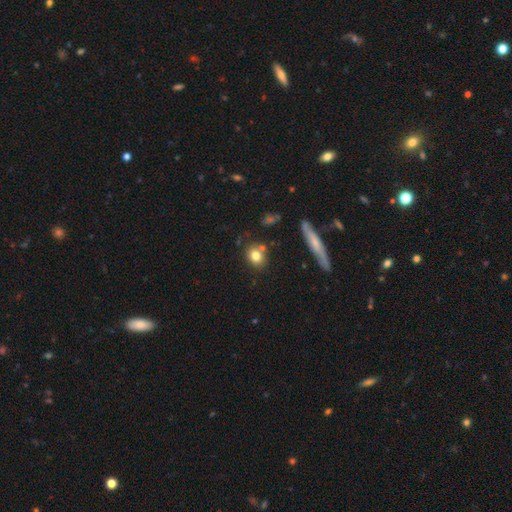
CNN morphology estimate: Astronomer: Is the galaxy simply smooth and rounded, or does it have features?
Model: smooth — 78%.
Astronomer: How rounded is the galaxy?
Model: round — 73%.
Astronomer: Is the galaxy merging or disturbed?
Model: none — 74%.